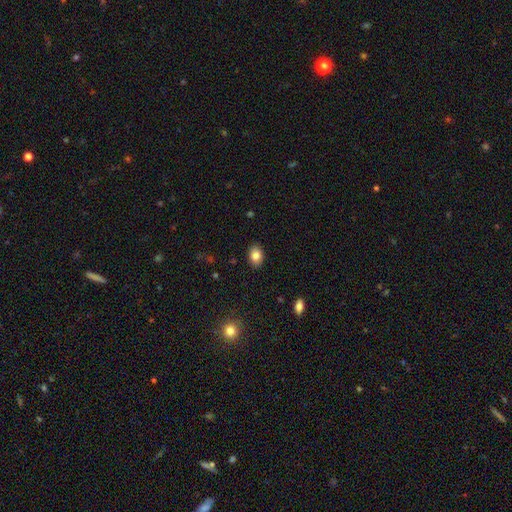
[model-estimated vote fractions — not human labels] The model was most divided on "how rounded": in between: 80%, round: 19%, cigar-shaped: 1%. More confident: merging — none (89%); smooth or featured — smooth (84%).